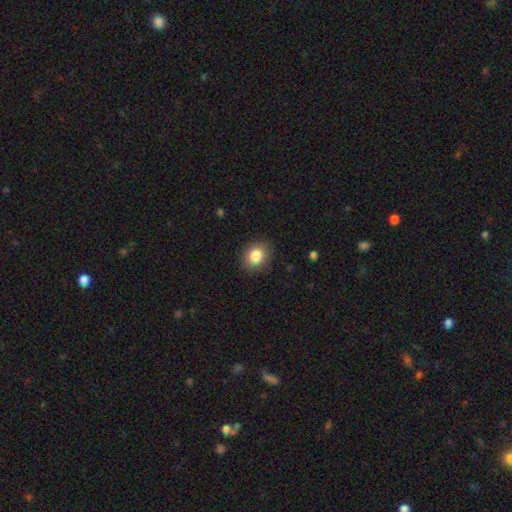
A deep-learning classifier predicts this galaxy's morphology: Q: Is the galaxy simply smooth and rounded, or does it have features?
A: smooth — 85%.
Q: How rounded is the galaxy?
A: round — 59%.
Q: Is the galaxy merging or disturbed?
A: none — 88%.